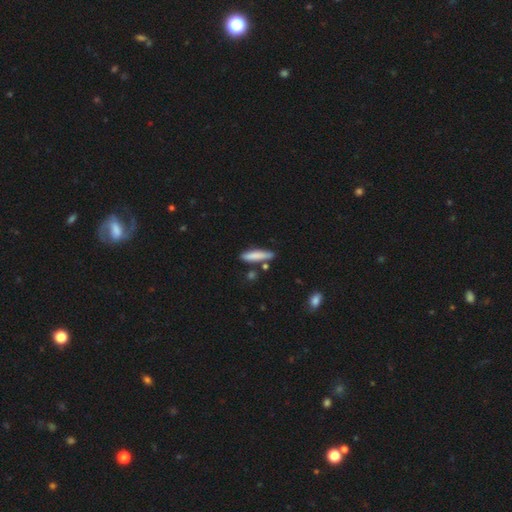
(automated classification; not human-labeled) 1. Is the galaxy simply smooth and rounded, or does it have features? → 80% smooth, 13% featured or disk, 6% star or artifact.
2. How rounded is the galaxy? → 83% cigar-shaped, 16% in between, 2% round.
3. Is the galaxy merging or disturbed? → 77% none, 14% minor disturbance, 7% merger, 3% major disturbance.